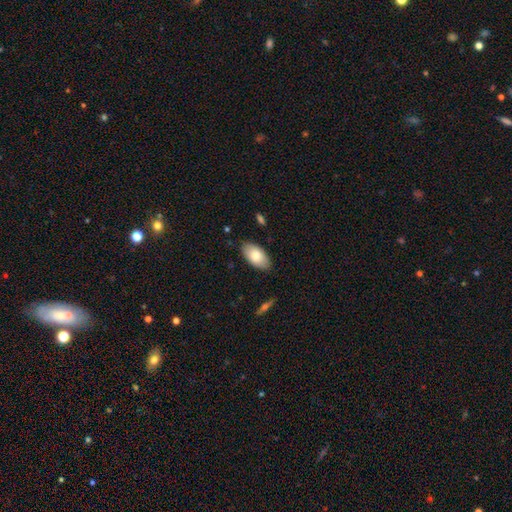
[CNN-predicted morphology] Smooth or featured? smooth (79%)
How rounded? in between (95%)
Merging? none (85%)